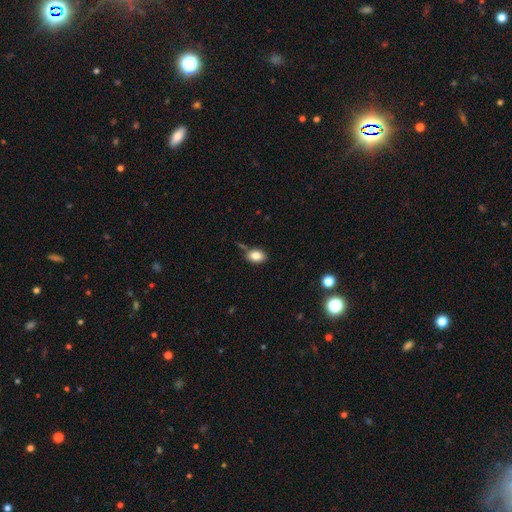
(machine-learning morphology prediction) A smooth galaxy with no disk features (85%) that is in between round and cigar-shaped (83%). Merging: none (77%).